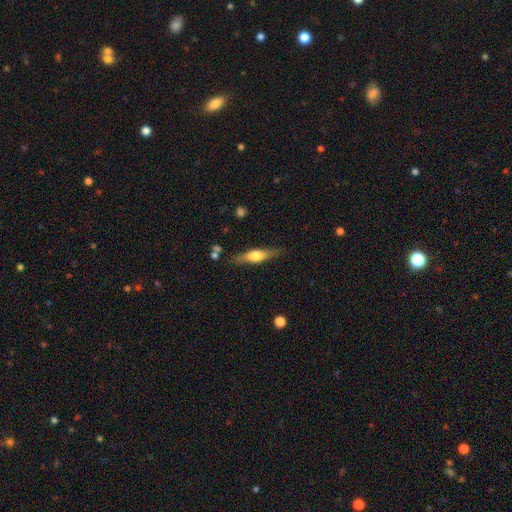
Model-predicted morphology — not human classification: Smooth or featured? Predicted: smooth (p=0.49). Merging? Predicted: none (p=0.81).